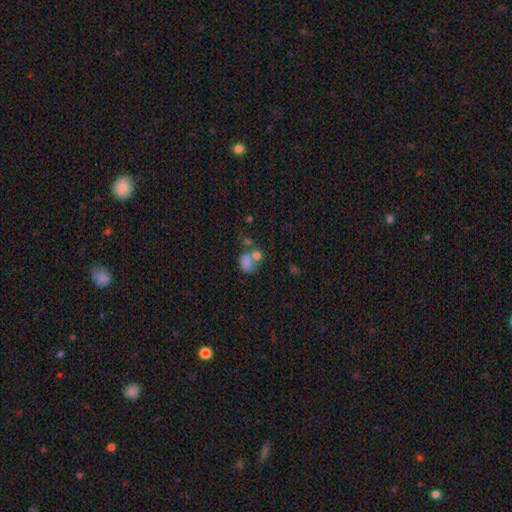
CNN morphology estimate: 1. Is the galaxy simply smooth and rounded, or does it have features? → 42% smooth, 39% star or artifact, 20% featured or disk.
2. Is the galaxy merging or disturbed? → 43% none, 37% merger, 10% minor disturbance, 9% major disturbance.